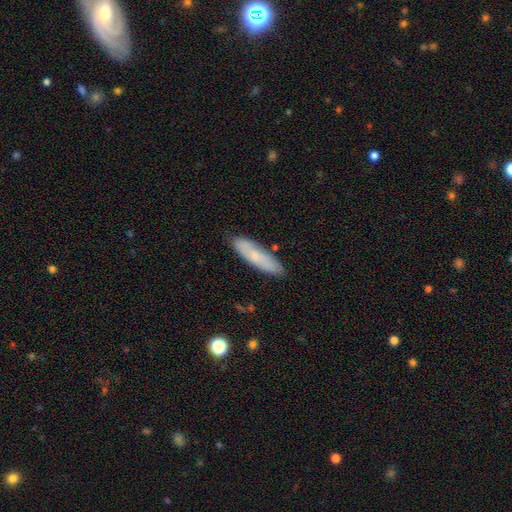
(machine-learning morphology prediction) Smooth or featured? Predicted: smooth (p=0.69). How rounded? Predicted: cigar-shaped (p=0.69). Merging? Predicted: none (p=0.84).